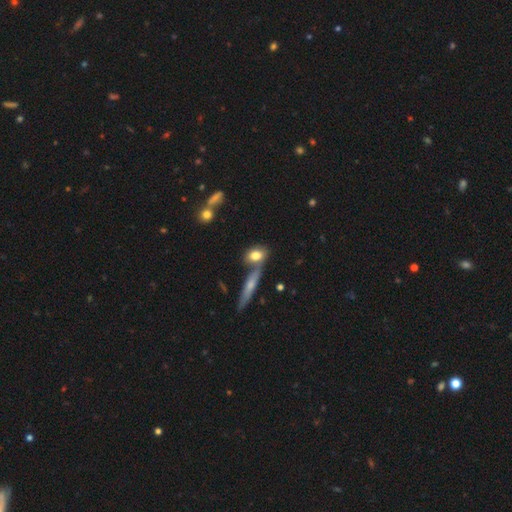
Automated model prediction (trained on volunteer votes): Smooth or featured: smooth — 76% (featured or disk — 16%)
How rounded: in between — 68% (round — 20%)
Merging: none — 55% (merger — 27%)